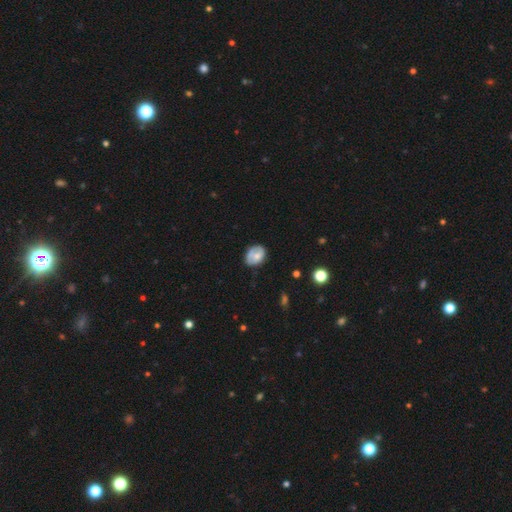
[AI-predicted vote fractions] This appears to be a smooth galaxy with no disk features (57%) that is in between round and cigar-shaped (67%). Merging: none (57%).